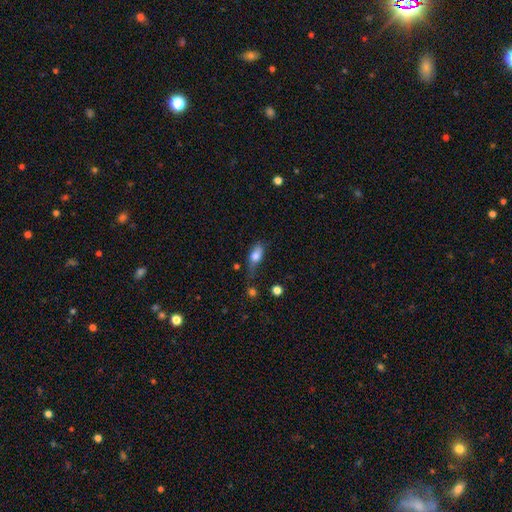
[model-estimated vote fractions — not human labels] Smooth or featured?
  - smooth: 77% *
  - featured or disk: 14%
  - star or artifact: 8%
How rounded?
  - in between: 80% *
  - cigar-shaped: 13%
  - round: 7%
Merging?
  - none: 42% *
  - minor disturbance: 35%
  - major disturbance: 16%
  - merger: 6%